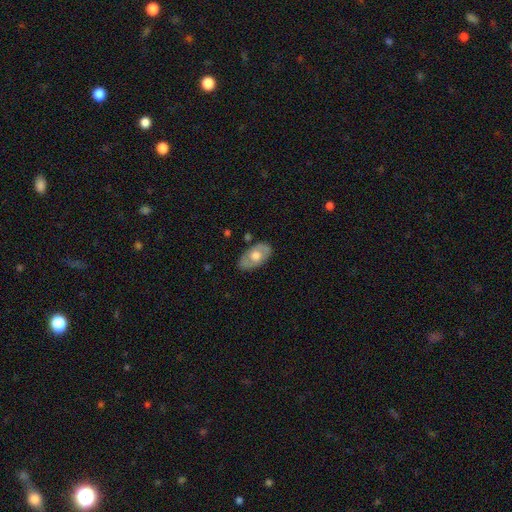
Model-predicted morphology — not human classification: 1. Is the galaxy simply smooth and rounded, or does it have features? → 53% smooth, 42% featured or disk, 5% star or artifact.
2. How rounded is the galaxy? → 92% in between, 7% round, 2% cigar-shaped.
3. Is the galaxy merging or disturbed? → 81% none, 14% minor disturbance, 3% major disturbance, 2% merger.